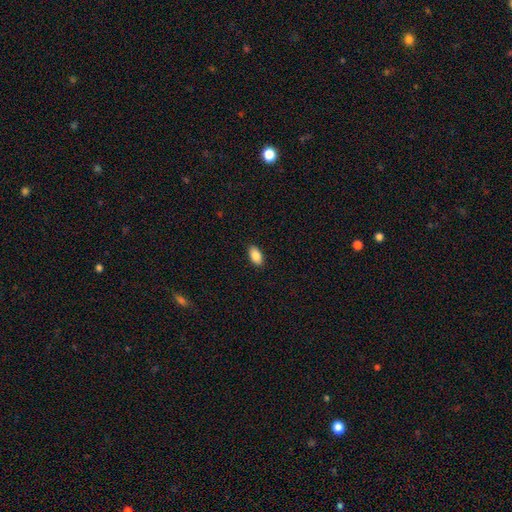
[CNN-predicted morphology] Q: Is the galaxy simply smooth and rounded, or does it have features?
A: smooth — 87%.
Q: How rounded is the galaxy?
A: in between — 93%.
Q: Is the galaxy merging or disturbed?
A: none — 90%.